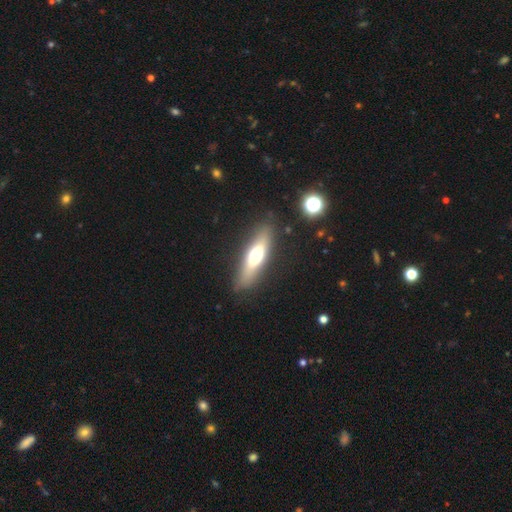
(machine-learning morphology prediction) Smooth or featured? Predicted: smooth (p=0.49). Merging? Predicted: none (p=0.84).